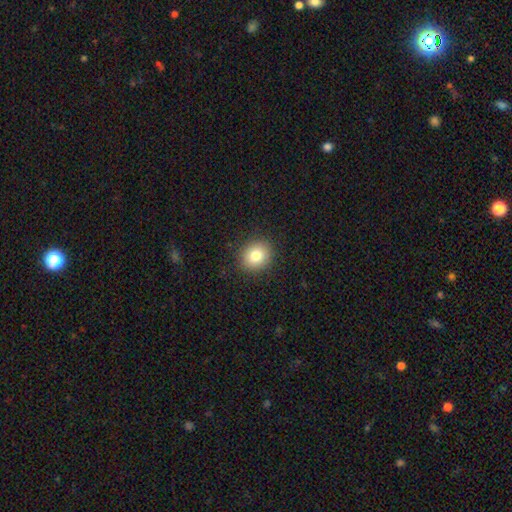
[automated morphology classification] smooth-or-featured: smooth: 81% | star or artifact: 10% | featured or disk: 9%
  how-rounded: round: 76% | in between: 23% | cigar-shaped: 1%
  merging: none: 90% | minor disturbance: 7% | major disturbance: 2% | merger: 1%